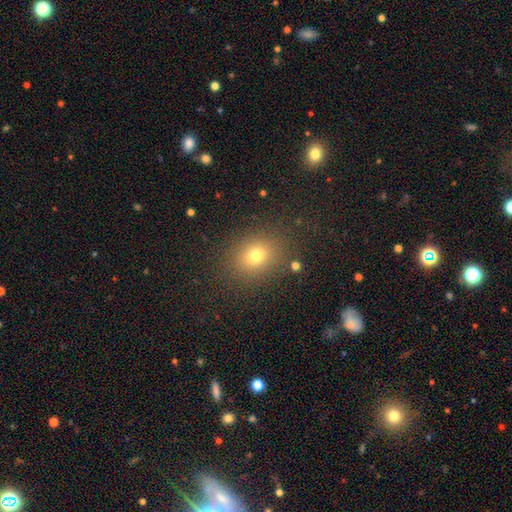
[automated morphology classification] Overall: smooth (74%). How rounded: round (53%; in between 46%). Merging: none (85%).